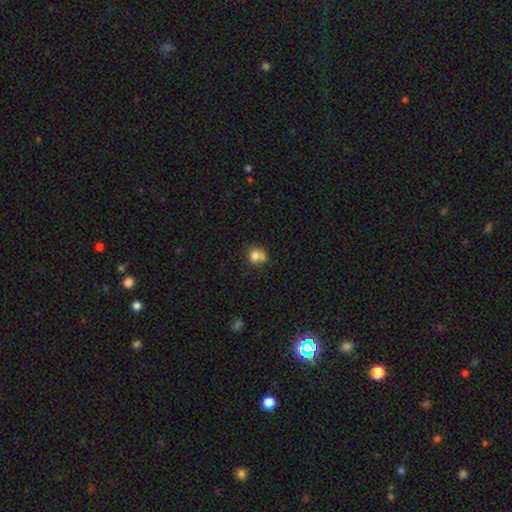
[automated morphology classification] smooth_or_featured: smooth (p=0.77) [alt: featured or disk p=0.11]
how_rounded: round (p=0.78) [alt: in between p=0.21]
merging: none (p=0.45) [alt: merger p=0.29]